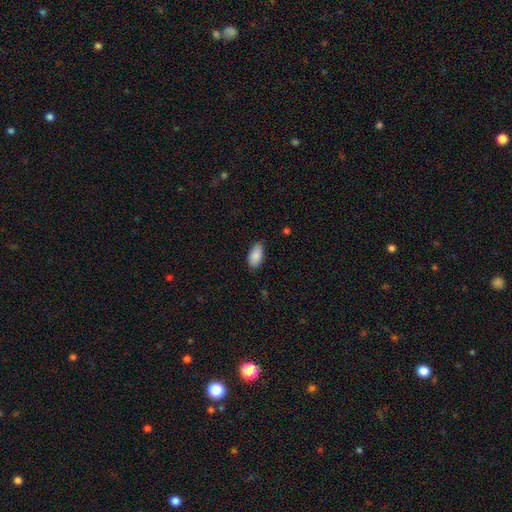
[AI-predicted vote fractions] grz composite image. It shows a smooth galaxy with no disk features (88%) that is in between round and cigar-shaped (94%). Merging: none (76%).